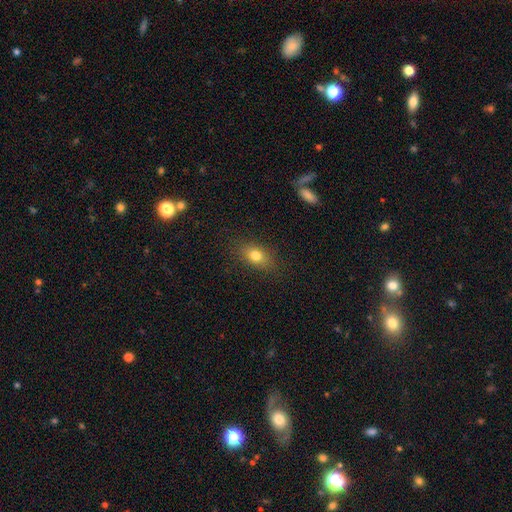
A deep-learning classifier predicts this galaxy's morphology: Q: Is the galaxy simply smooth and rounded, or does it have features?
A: smooth — 78%.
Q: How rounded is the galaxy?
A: in between — 76%.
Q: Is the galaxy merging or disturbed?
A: none — 83%.